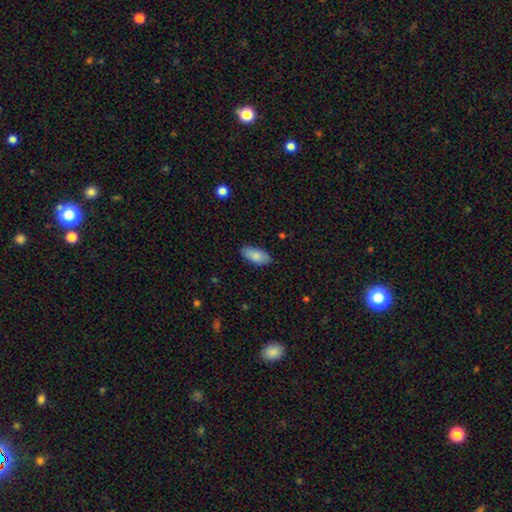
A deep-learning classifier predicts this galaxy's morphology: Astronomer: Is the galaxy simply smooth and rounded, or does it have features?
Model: smooth — 83%.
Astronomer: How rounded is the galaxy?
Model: in between — 90%.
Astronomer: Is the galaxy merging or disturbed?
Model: none — 83%.